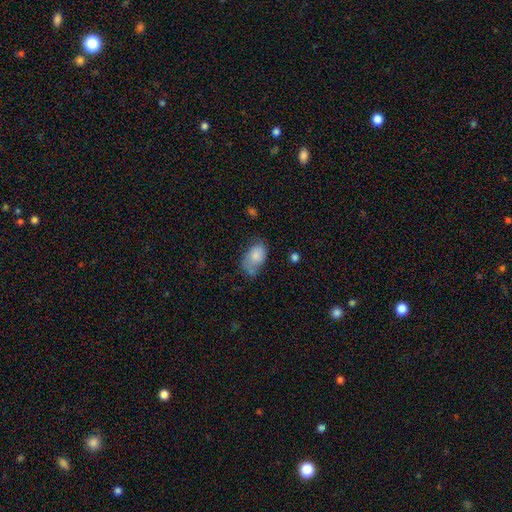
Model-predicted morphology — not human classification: The model was most divided on "merging": none: 41%, minor disturbance: 34%, major disturbance: 17%, merger: 8%. More confident: how rounded — in between (90%); smooth or featured — smooth (78%).